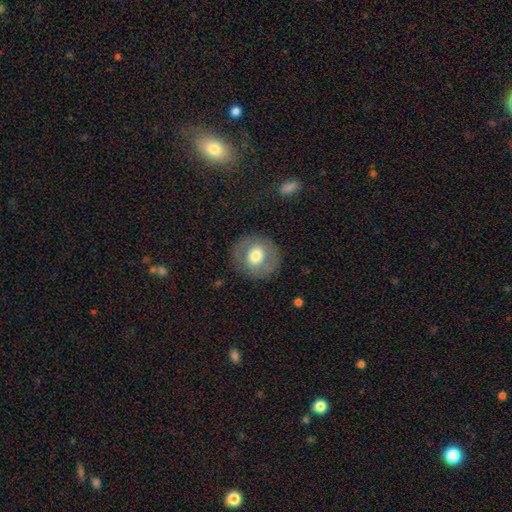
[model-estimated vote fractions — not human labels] Smooth or featured: smooth — 62% (featured or disk — 31%)
How rounded: round — 83% (in between — 16%)
Merging: none — 84% (minor disturbance — 10%)